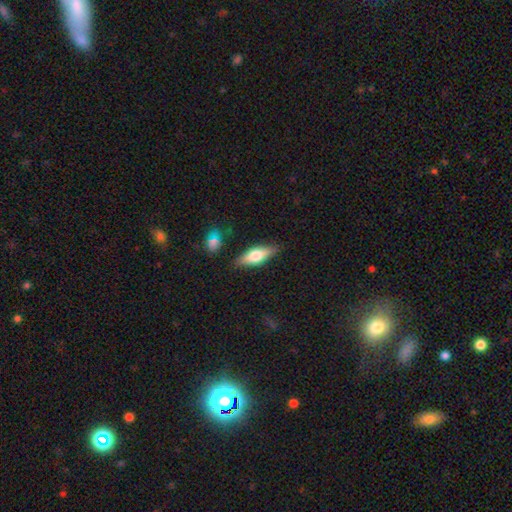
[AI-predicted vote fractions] smooth_or_featured: smooth (p=0.59) [alt: featured or disk p=0.35]
how_rounded: in between (p=0.60) [alt: cigar-shaped p=0.37]
merging: none (p=0.83) [alt: minor disturbance p=0.12]